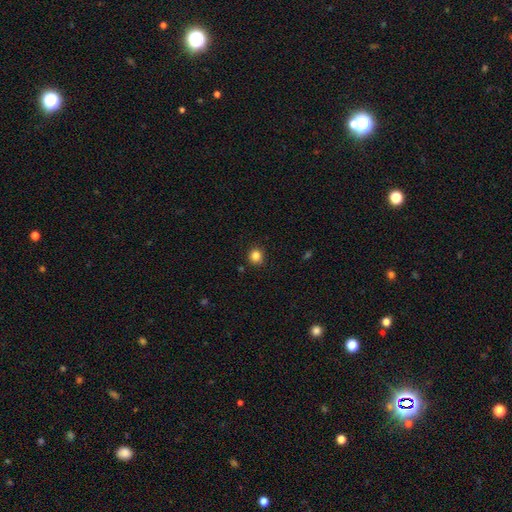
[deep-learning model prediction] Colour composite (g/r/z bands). It shows a smooth galaxy with no disk features (84%) that is round (91%). Merging: none (89%).